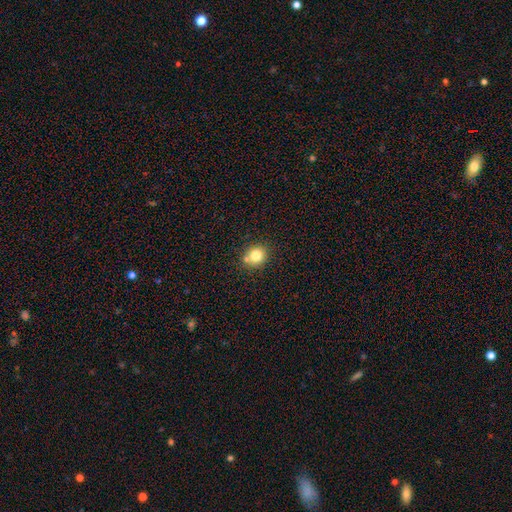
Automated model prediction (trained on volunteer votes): A smooth galaxy with no disk features (79%) that is round (82%).

Vote fractions:
- Smooth or featured? smooth: 79% / star or artifact: 12% / featured or disk: 9%
- How rounded? round: 82% / in between: 17% / cigar-shaped: 1%
- Merging? none: 69% / merger: 17% / minor disturbance: 11% / major disturbance: 3%